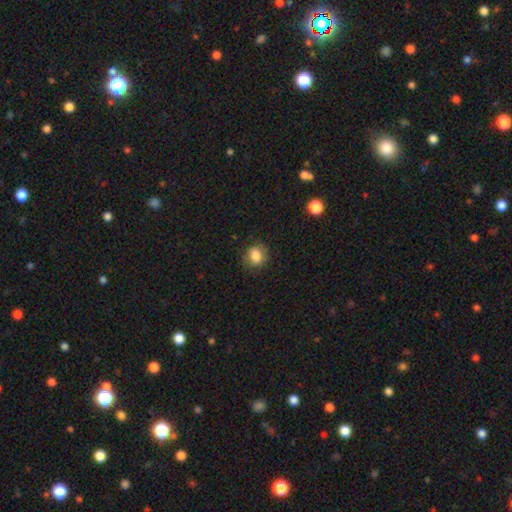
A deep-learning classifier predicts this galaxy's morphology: Smooth or featured? smooth (81%)
How rounded? round (50%)
Merging? none (77%)